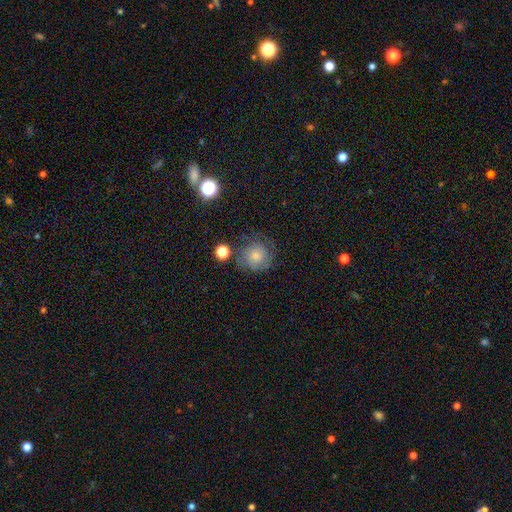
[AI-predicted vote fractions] Q: Smooth or featured?
A: smooth (66%); runner-up: featured or disk (23%)
Q: How rounded?
A: round (89%); runner-up: in between (10%)
Q: Merging?
A: none (64%); runner-up: minor disturbance (20%)